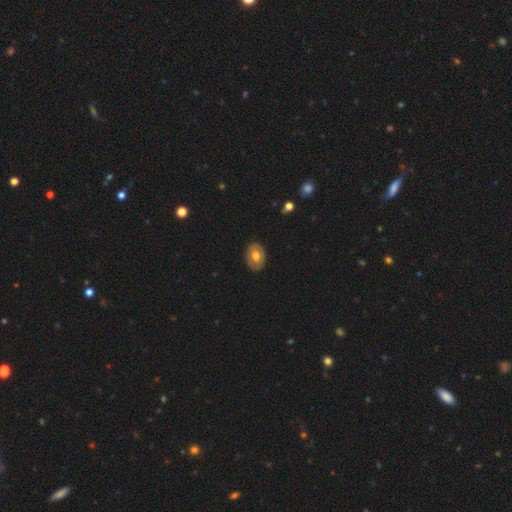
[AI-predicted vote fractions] Overall: smooth (66%; featured or disk 27%). How rounded: in between (76%). Merging: none (88%).